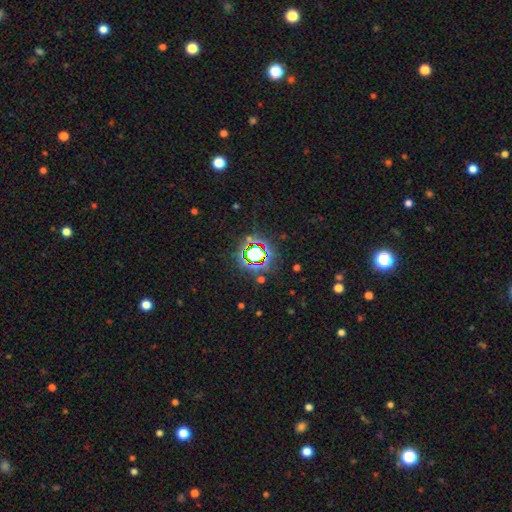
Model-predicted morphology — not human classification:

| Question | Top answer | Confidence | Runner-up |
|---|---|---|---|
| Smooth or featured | star or artifact | 74% | smooth (17%) |